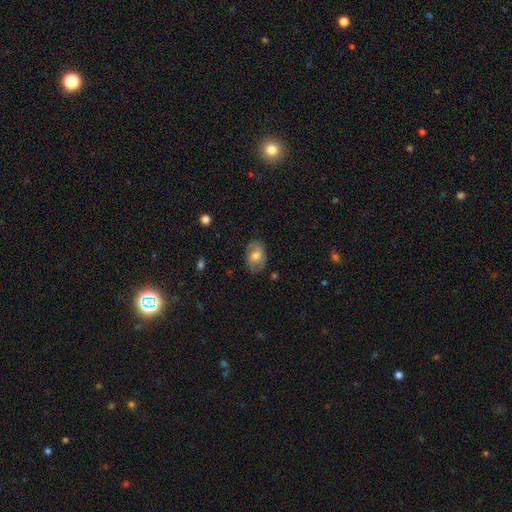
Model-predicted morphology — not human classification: Q: Smooth or featured?
A: smooth (59%); runner-up: featured or disk (33%)
Q: How rounded?
A: in between (79%); runner-up: round (20%)
Q: Merging?
A: none (78%); runner-up: minor disturbance (16%)